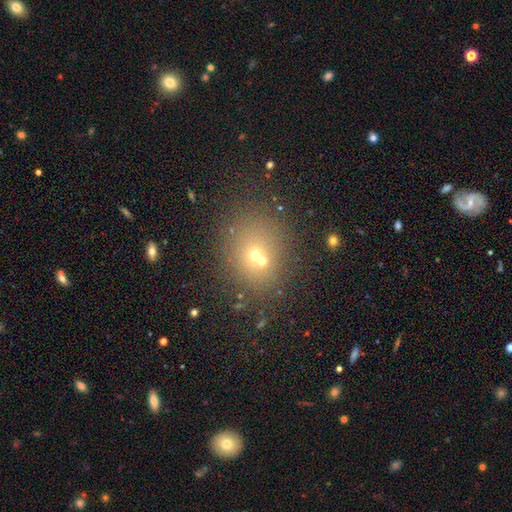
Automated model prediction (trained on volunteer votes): The model was most divided on "merging": none: 55%, merger: 32%, minor disturbance: 9%, major disturbance: 4%. More confident: how rounded — round (71%); smooth or featured — smooth (56%).